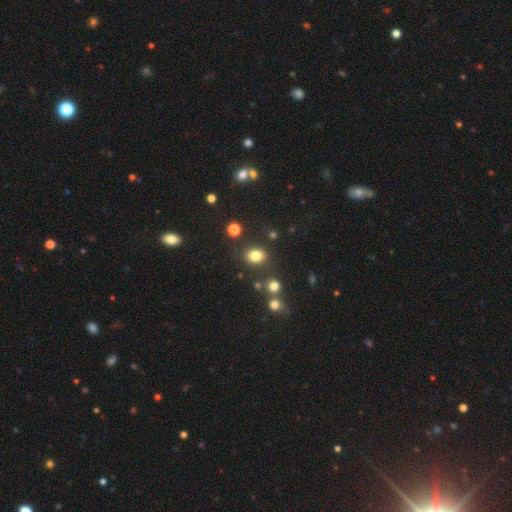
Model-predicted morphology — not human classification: smooth_or_featured: smooth (p=0.80) [alt: star or artifact p=0.13]
how_rounded: in between (p=0.55) [alt: round p=0.44]
merging: none (p=0.79) [alt: minor disturbance p=0.11]